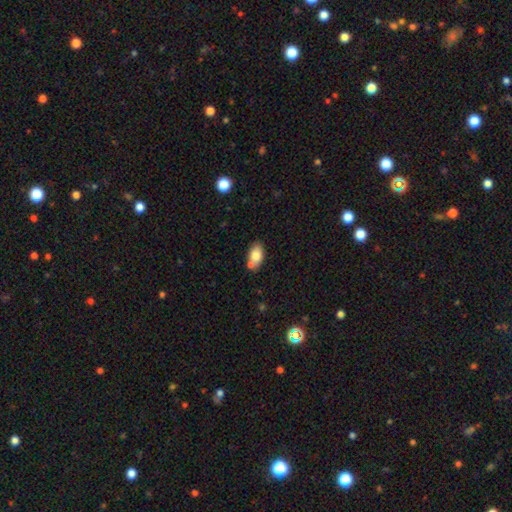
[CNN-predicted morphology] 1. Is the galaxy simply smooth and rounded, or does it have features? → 79% smooth, 13% featured or disk, 8% star or artifact.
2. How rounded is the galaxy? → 90% in between, 7% round, 3% cigar-shaped.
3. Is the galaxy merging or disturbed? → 59% none, 22% merger, 15% minor disturbance, 4% major disturbance.